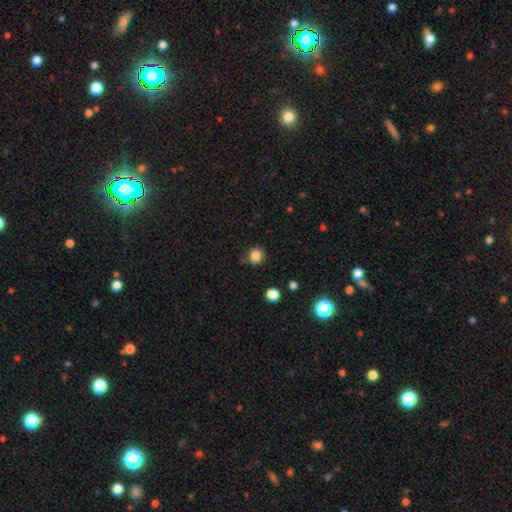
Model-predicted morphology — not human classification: type=smooth (84%); roundness=round (66%); merging=none (78%).